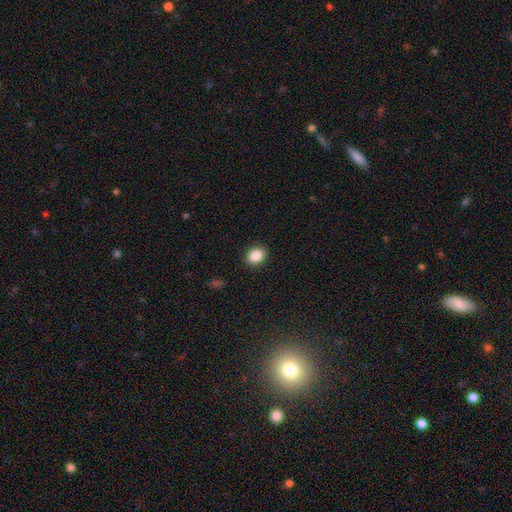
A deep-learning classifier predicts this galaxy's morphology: Smooth or featured: smooth — 87% (star or artifact — 9%)
How rounded: in between — 56% (round — 43%)
Merging: none — 91% (minor disturbance — 6%)